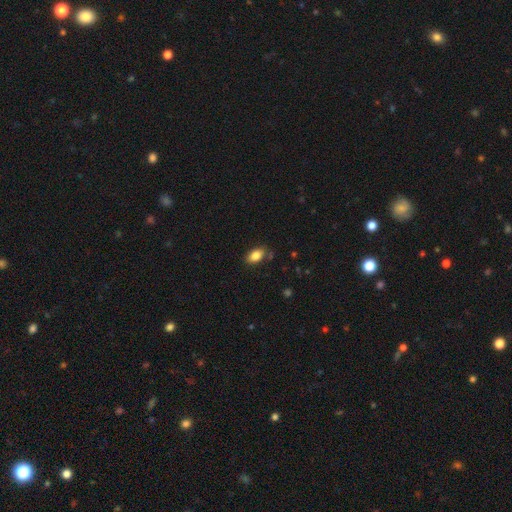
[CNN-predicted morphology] type=smooth (84%); roundness=in between (90%); merging=none (80%).